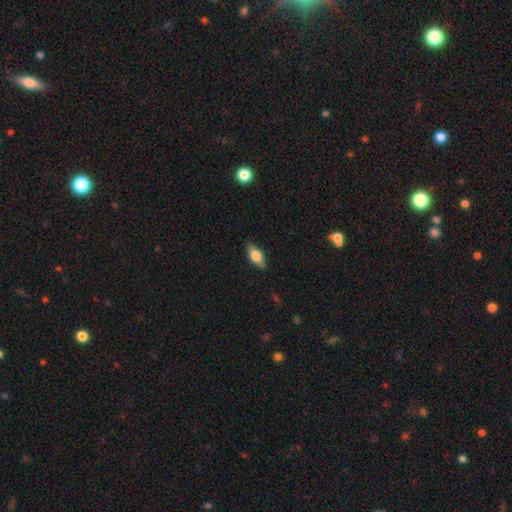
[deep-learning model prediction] smooth_or_featured: smooth (p=0.73) [alt: featured or disk p=0.20]
how_rounded: in between (p=0.84) [alt: cigar-shaped p=0.12]
merging: none (p=0.85) [alt: minor disturbance p=0.12]